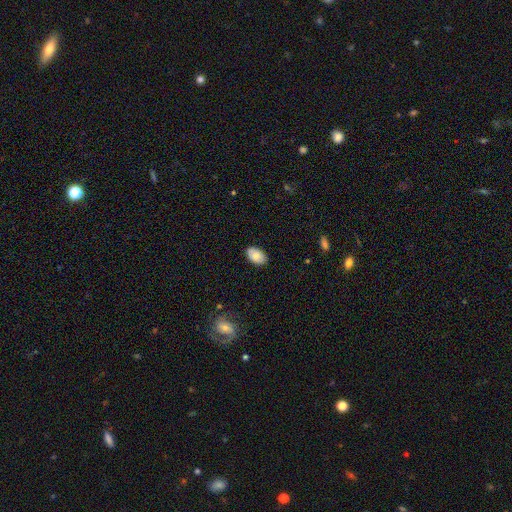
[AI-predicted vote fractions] Smooth or featured? Predicted: smooth (p=0.78). How rounded? Predicted: in between (p=0.93). Merging? Predicted: none (p=0.85).